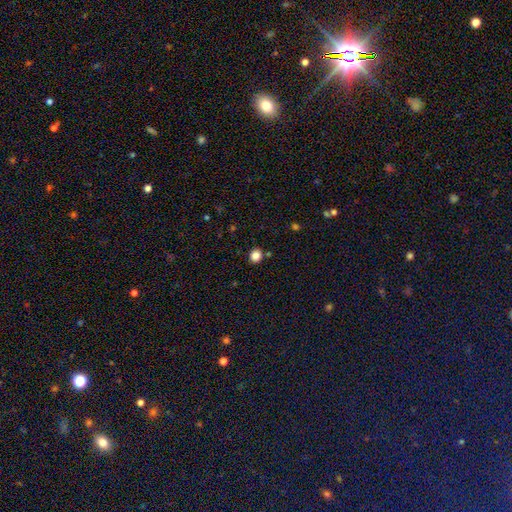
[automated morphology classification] Overall: smooth (84%). How rounded: round (76%). Merging: none (87%).